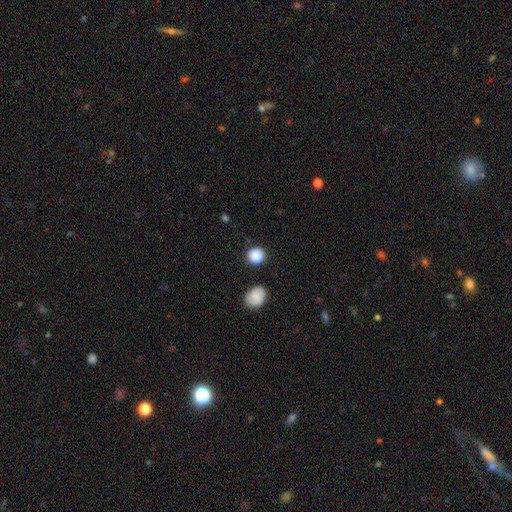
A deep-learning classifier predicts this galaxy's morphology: A smooth galaxy with no disk features (87%) that is round (87%). Merging: none (84%).